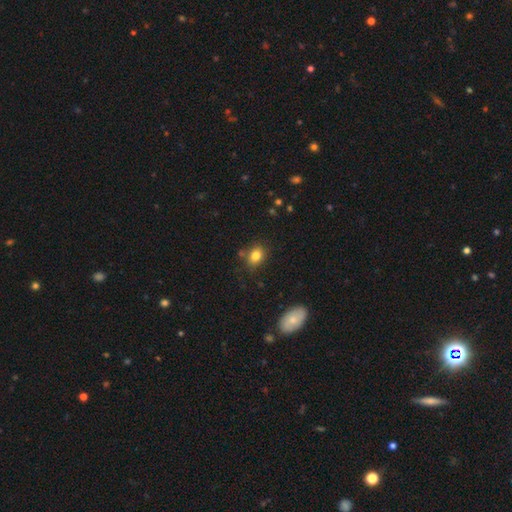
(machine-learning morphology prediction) This appears to be a smooth galaxy with no disk features (82%) that is in between round and cigar-shaped (63%). Merging: none (77%).